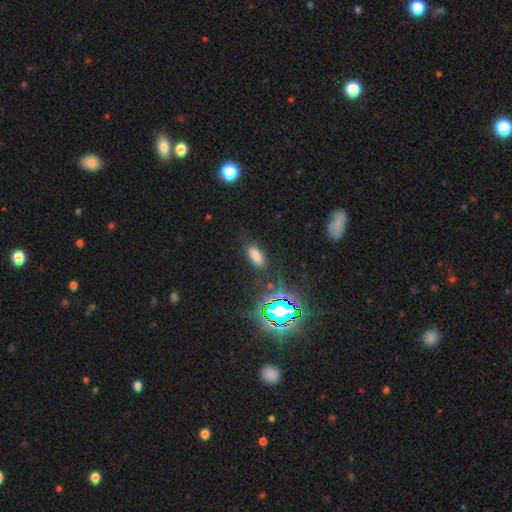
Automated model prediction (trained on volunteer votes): Smooth or featured? smooth (72%)
How rounded? in between (84%)
Merging? none (85%)